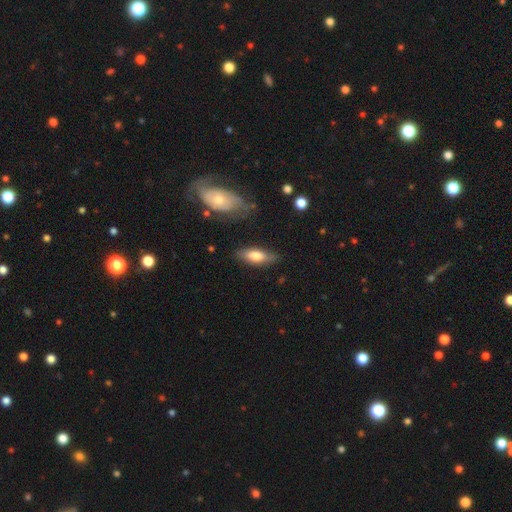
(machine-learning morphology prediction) Smooth or featured?
  - smooth: 69% *
  - featured or disk: 25%
  - star or artifact: 6%
How rounded?
  - in between: 63% *
  - cigar-shaped: 34%
  - round: 2%
Merging?
  - none: 76% *
  - minor disturbance: 17%
  - major disturbance: 4%
  - merger: 3%